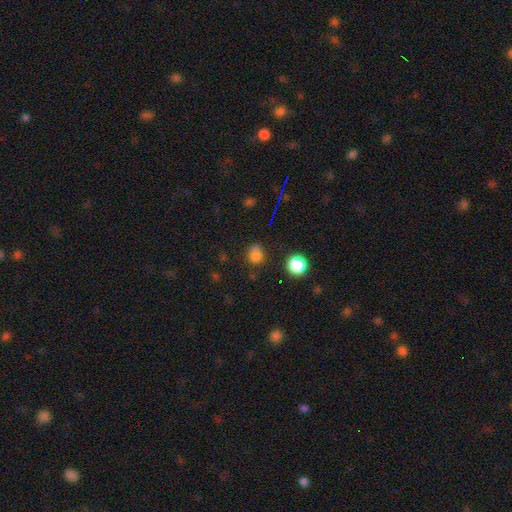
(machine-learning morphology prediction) A smooth galaxy with no disk features (74%) that is round (68%). Merging: none (67%).